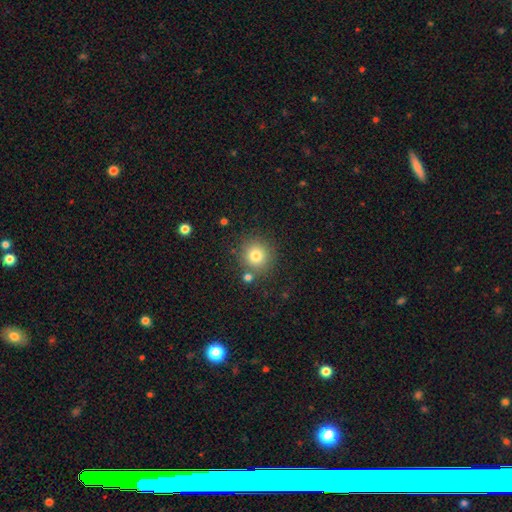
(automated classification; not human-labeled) This appears to be a smooth galaxy with no disk features (78%) that is round (92%). Merging: none (81%).